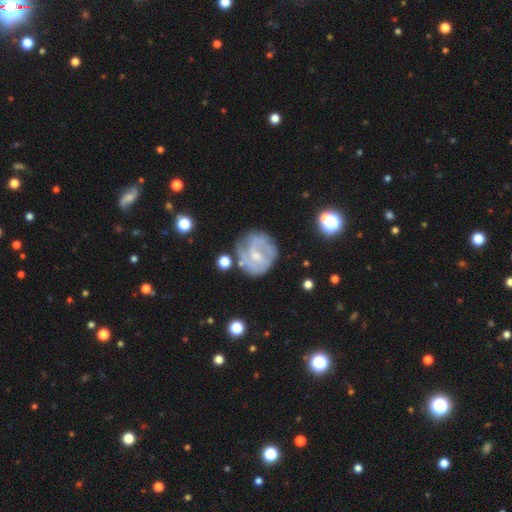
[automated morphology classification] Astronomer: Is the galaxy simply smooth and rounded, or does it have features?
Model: featured or disk — 71%.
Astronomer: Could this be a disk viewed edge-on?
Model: no — 98%.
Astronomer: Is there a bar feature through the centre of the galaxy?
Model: no — 51% (runner-up: weak, 41%).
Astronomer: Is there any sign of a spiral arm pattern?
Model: yes — 78%.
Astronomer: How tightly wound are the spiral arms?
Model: tight — 43% (runner-up: medium, 38%).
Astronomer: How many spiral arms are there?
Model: can't tell — 37% (runner-up: 2, 32%).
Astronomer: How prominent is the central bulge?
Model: small — 56% (runner-up: moderate, 33%).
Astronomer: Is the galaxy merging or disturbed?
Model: none — 59%.